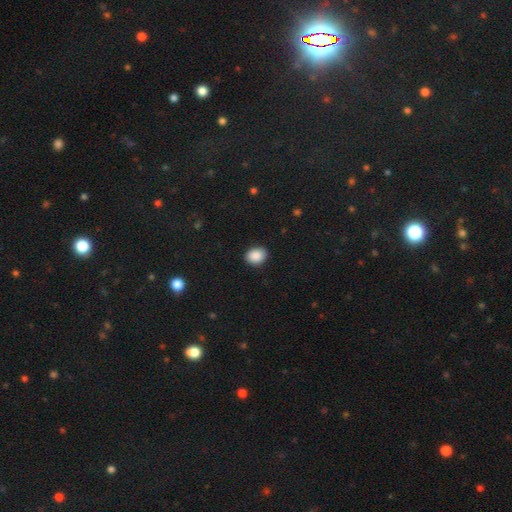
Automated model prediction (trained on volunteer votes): This is clearly a smooth galaxy (89%). How rounded: possibly in between (52%). Merging: clearly none (89%).